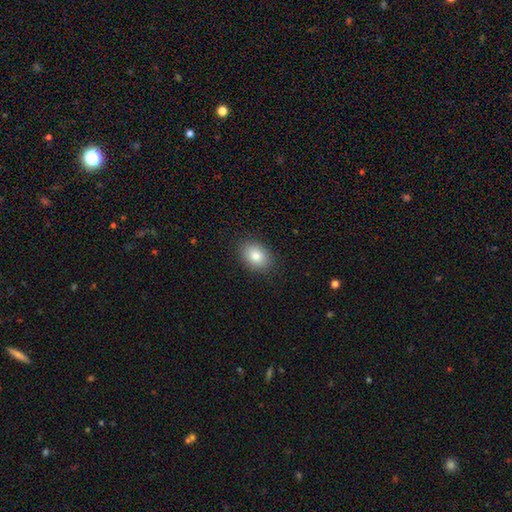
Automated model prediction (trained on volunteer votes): Smooth or featured? Predicted: smooth (p=0.84). How rounded? Predicted: in between (p=0.76). Merging? Predicted: none (p=0.88).